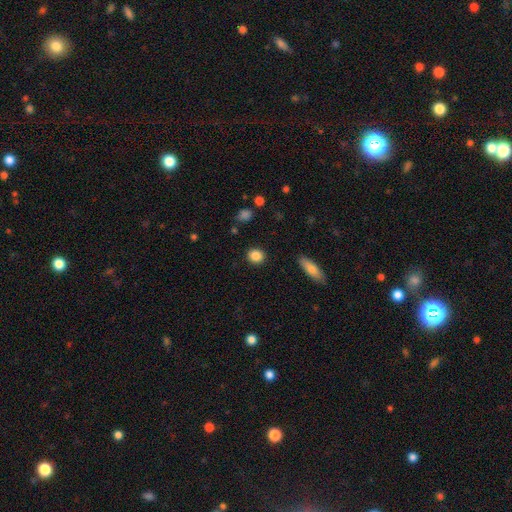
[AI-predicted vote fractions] Smooth or featured? smooth (86%)
How rounded? round (81%)
Merging? none (90%)